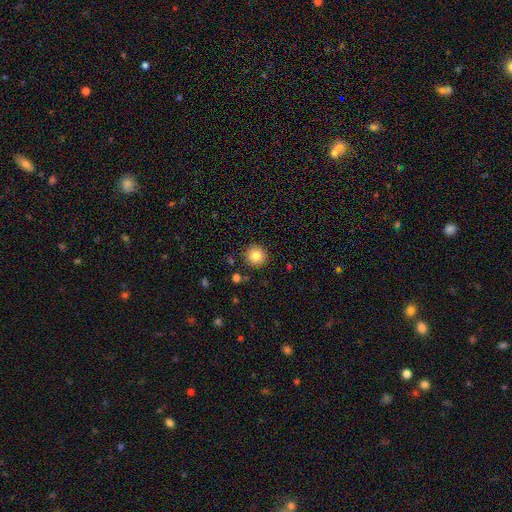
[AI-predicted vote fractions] Smooth or featured? Predicted: smooth (p=0.84). How rounded? Predicted: round (p=0.94). Merging? Predicted: none (p=0.90).